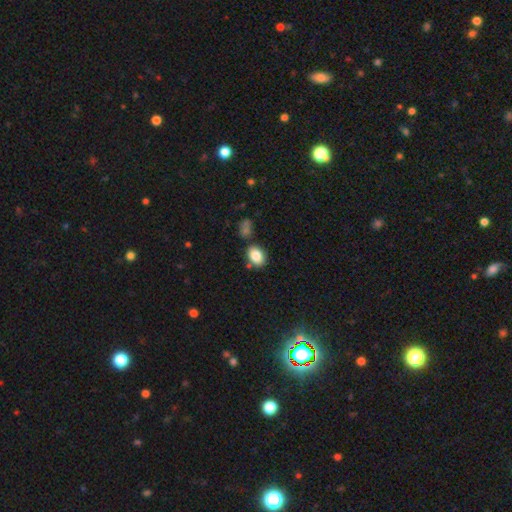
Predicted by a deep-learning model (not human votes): The model was most divided on "how rounded": in between: 74%, round: 25%, cigar-shaped: 1%. More confident: smooth or featured — smooth (84%); merging — none (72%).